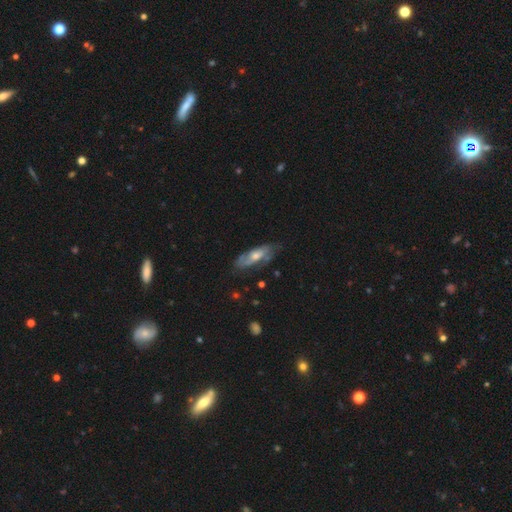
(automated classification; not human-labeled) smooth-or-featured: featured or disk: 61% | smooth: 29% | star or artifact: 10%
  disk-edge-on: no: 70% | yes: 30%
  merging: none: 75% | minor disturbance: 18% | major disturbance: 5% | merger: 2%